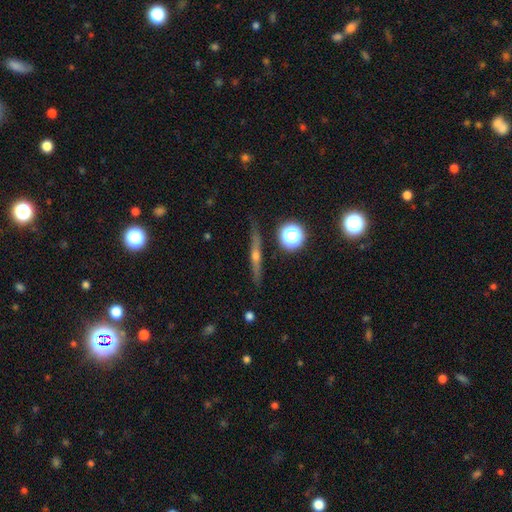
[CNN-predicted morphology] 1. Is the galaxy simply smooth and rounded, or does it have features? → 69% featured or disk, 19% smooth, 12% star or artifact.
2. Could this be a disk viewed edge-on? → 96% yes, 4% no.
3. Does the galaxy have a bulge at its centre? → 87% rounded, 9% none, 3% boxy.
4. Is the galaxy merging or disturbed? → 88% none, 8% minor disturbance, 2% major disturbance, 2% merger.